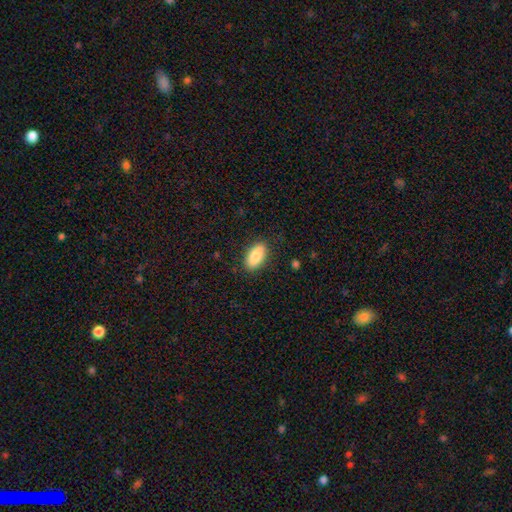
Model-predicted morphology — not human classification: Smooth or featured? smooth (87%)
How rounded? in between (90%)
Merging? none (87%)